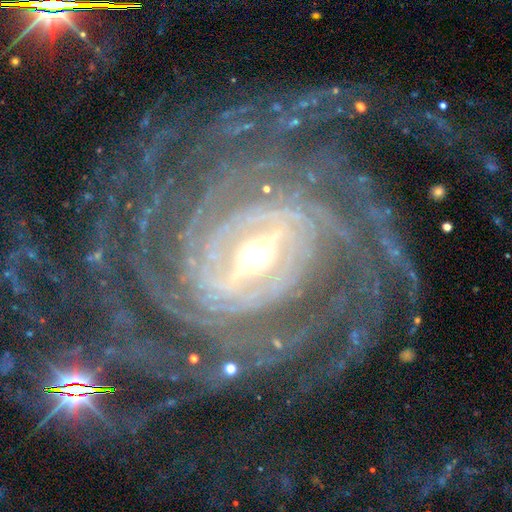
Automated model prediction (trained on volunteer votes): Smooth or featured: featured or disk — 92% (star or artifact — 5%)
Edge-on disk: no — 97% (yes — 3%)
Bar: strong — 56% (weak — 34%)
Spiral arms: yes — 98% (no — 2%)
Spiral winding: tight — 77% (medium — 18%)
Spiral arm count: more than 4 — 24% (4 — 21%)
Bulge size: moderate — 48% (small — 44%)
Merging: none — 67% (major disturbance — 18%)